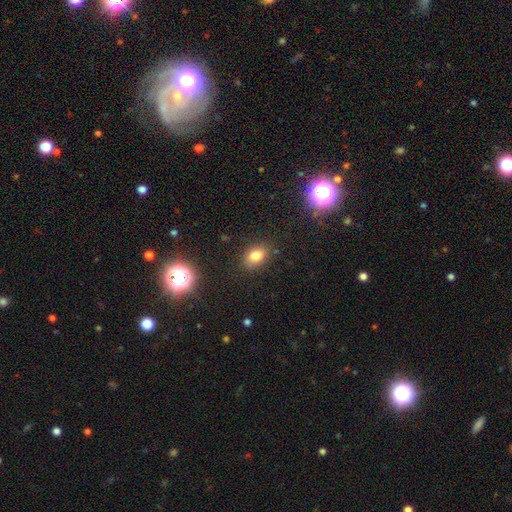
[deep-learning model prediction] A smooth galaxy with no disk features (77%) that is in between round and cigar-shaped (68%). Merging: none (82%).